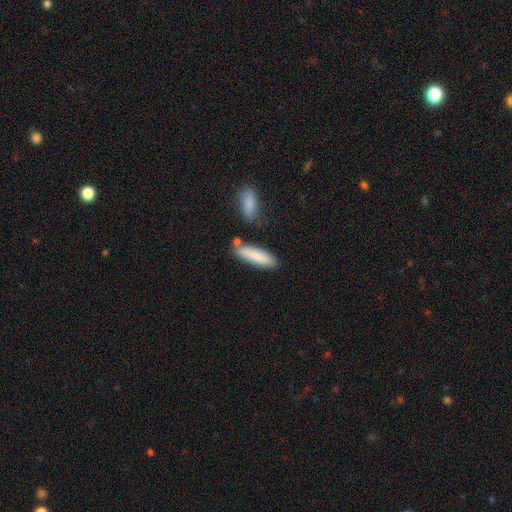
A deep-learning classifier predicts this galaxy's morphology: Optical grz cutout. It shows a smooth galaxy with no disk features (84%) that is cigar-shaped (65%). Merging: none (75%).